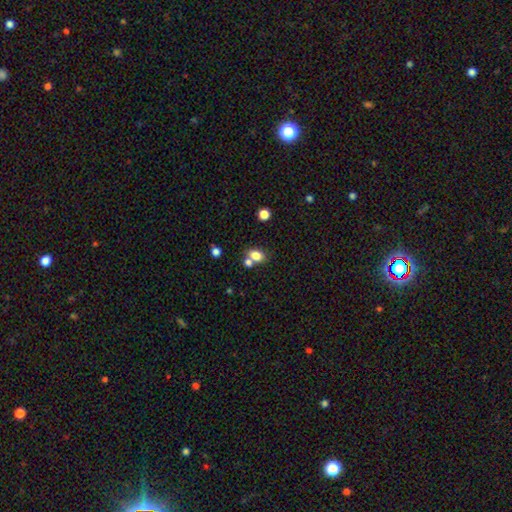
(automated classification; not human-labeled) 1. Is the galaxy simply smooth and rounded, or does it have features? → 80% smooth, 11% star or artifact, 8% featured or disk.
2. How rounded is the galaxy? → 73% in between, 26% round, 1% cigar-shaped.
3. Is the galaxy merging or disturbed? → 52% none, 33% merger, 11% minor disturbance, 4% major disturbance.